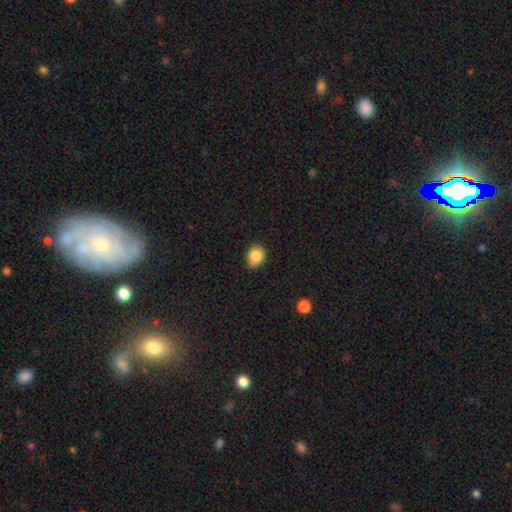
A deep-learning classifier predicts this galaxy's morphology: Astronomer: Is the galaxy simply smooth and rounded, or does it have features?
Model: smooth — 86%.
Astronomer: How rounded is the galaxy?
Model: round — 50% (runner-up: in between, 49%).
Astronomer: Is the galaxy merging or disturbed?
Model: none — 71%.